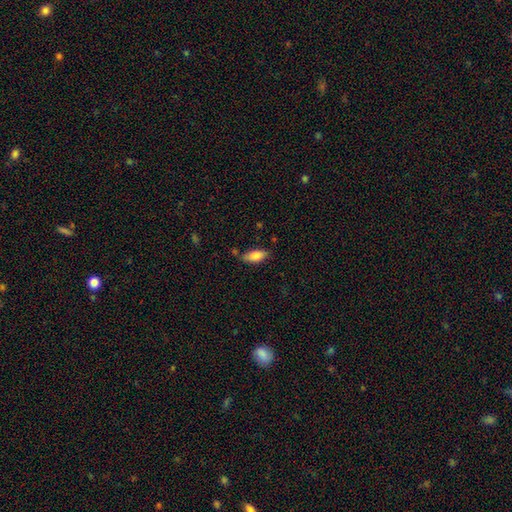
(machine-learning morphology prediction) Smooth or featured? smooth (83%)
How rounded? in between (85%)
Merging? none (70%)